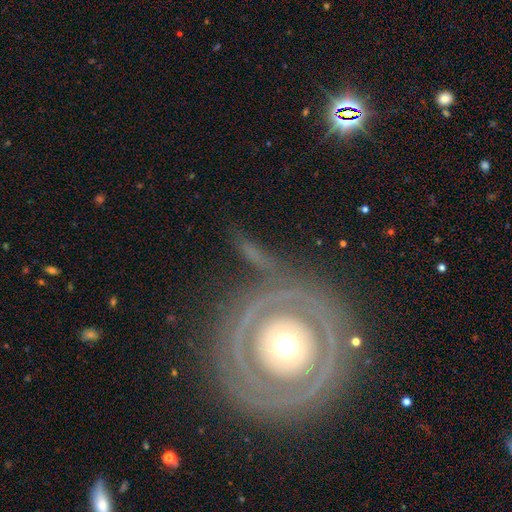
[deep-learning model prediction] Q: Smooth or featured?
A: featured or disk (74%); runner-up: smooth (18%)
Q: Edge-on disk?
A: no (92%); runner-up: yes (8%)
Q: Bar?
A: no (84%); runner-up: weak (9%)
Q: Spiral arms?
A: yes (51%); runner-up: no (49%)
Q: Bulge size?
A: moderate (63%); runner-up: large (19%)
Q: Merging?
A: none (72%); runner-up: minor disturbance (15%)